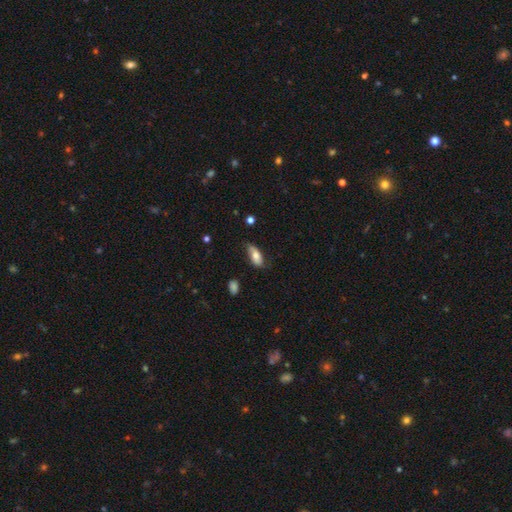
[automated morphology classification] Smooth or featured: smooth — 70% (featured or disk — 23%)
How rounded: in between — 85% (cigar-shaped — 13%)
Merging: none — 62% (minor disturbance — 30%)